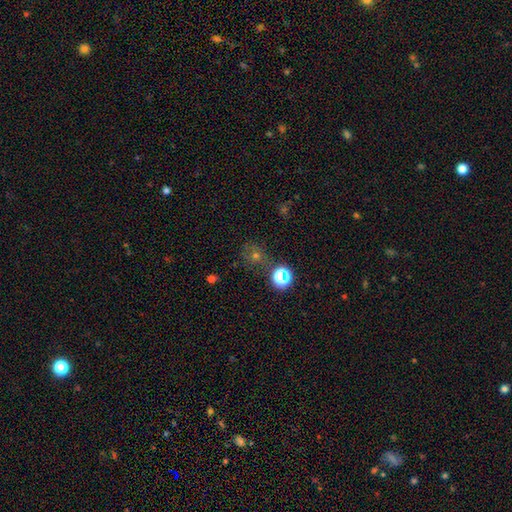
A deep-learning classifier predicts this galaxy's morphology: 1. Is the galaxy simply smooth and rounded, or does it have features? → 46% smooth, 41% star or artifact, 13% featured or disk.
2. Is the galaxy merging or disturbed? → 72% none, 13% minor disturbance, 8% merger, 7% major disturbance.